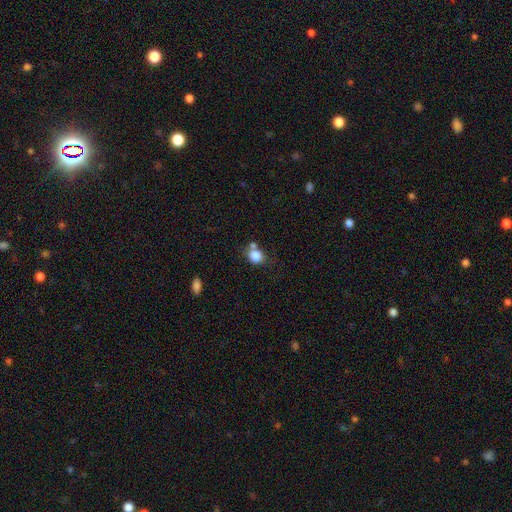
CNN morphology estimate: Overall: smooth (81%). How rounded: round (68%; in between 31%). Merging: none (52%; merger 27%).